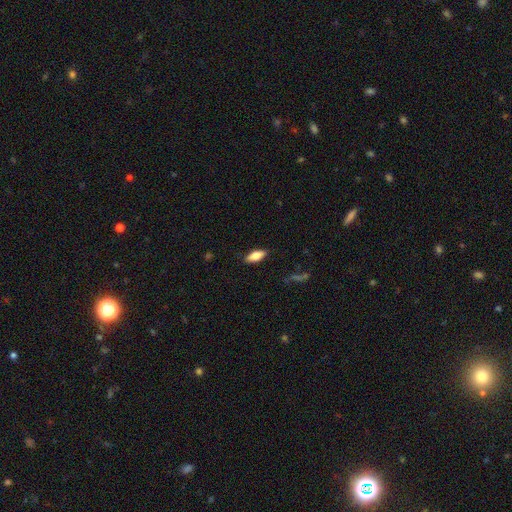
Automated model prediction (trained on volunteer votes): Overall: smooth (73%). How rounded: in between (75%). Merging: none (86%).